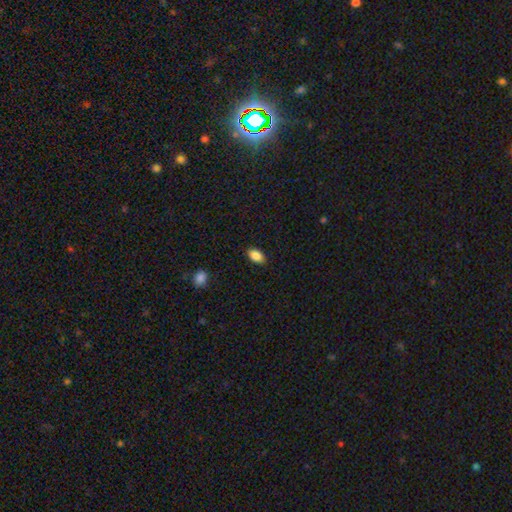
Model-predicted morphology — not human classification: A smooth galaxy with no disk features (87%) that is in between round and cigar-shaped (91%). Merging: none (88%).